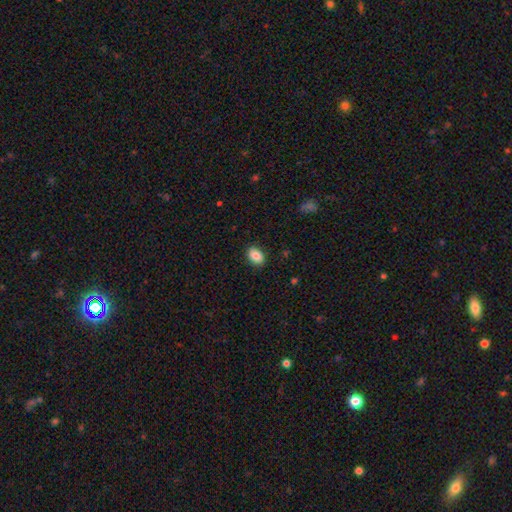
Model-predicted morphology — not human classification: Smooth or featured? smooth (86%)
How rounded? in between (83%)
Merging? none (88%)